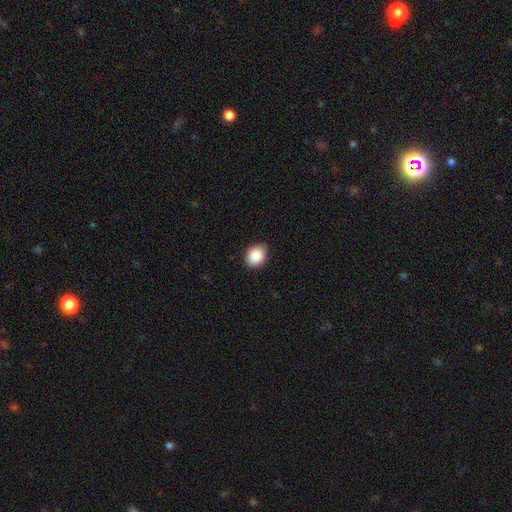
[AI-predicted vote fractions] Morphology: type=smooth (88%); roundness=round (51%); merging=none (80%).